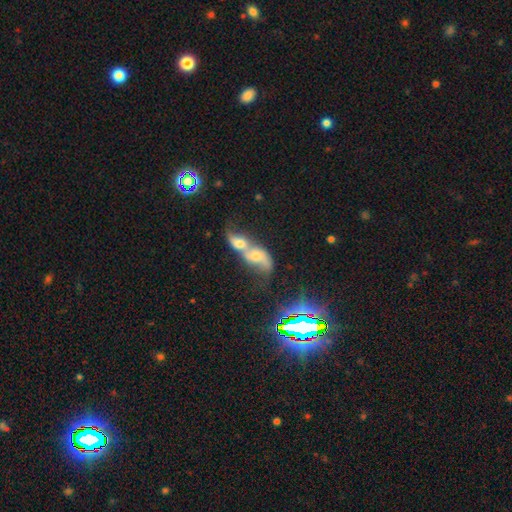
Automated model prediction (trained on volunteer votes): Smooth or featured? featured or disk (43%)
Merging? merger (82%)